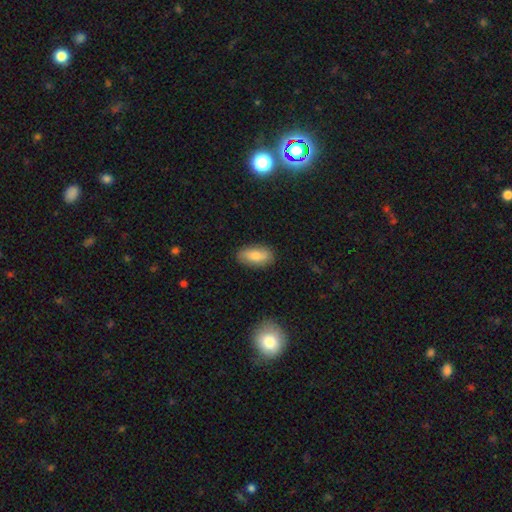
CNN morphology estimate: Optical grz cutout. It shows a smooth galaxy with no disk features (73%) that is in between round and cigar-shaped (90%). Merging: none (86%).